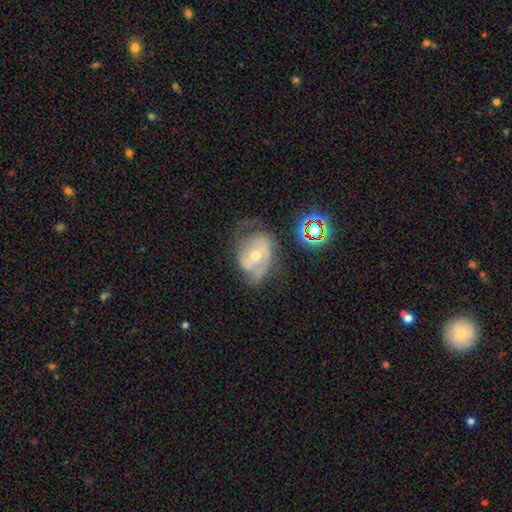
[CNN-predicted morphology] smooth_or_featured: featured or disk (p=0.62) [alt: smooth p=0.26]
disk_edge_on: no (p=0.95) [alt: yes p=0.05]
bar: no (p=0.49) [alt: weak p=0.33]
has_spiral_arms: yes (p=0.62) [alt: no p=0.38]
bulge_size: moderate (p=0.50) [alt: small p=0.45]
merging: none (p=0.39) [alt: minor disturbance p=0.29]